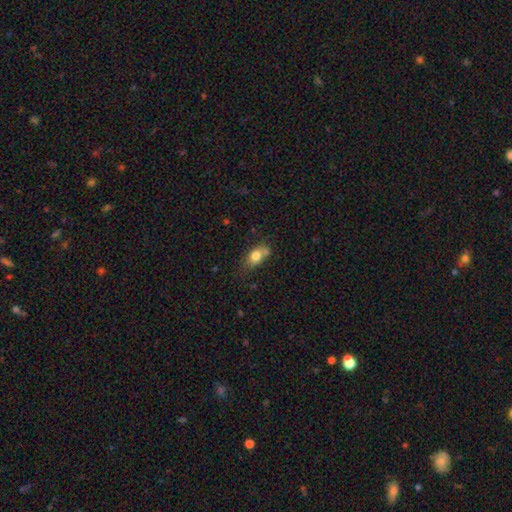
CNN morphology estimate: Smooth or featured? Predicted: smooth (p=0.77). How rounded? Predicted: in between (p=0.75). Merging? Predicted: none (p=0.45).